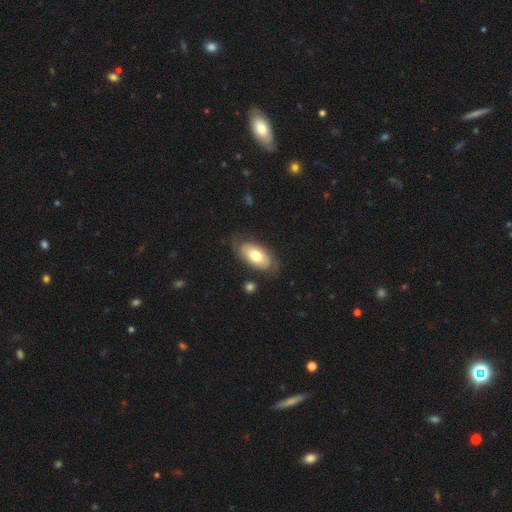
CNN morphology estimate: Smooth or featured: smooth — 57% (featured or disk — 37%)
How rounded: in between — 93% (round — 4%)
Merging: none — 71% (minor disturbance — 19%)